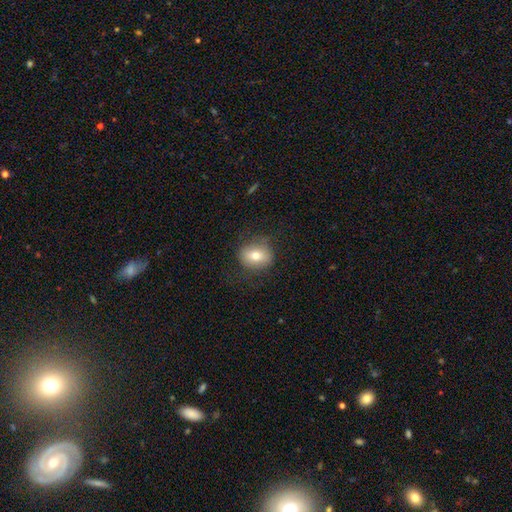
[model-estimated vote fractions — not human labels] A smooth galaxy with no disk features (70%) that is round (56%). Merging: none (75%).